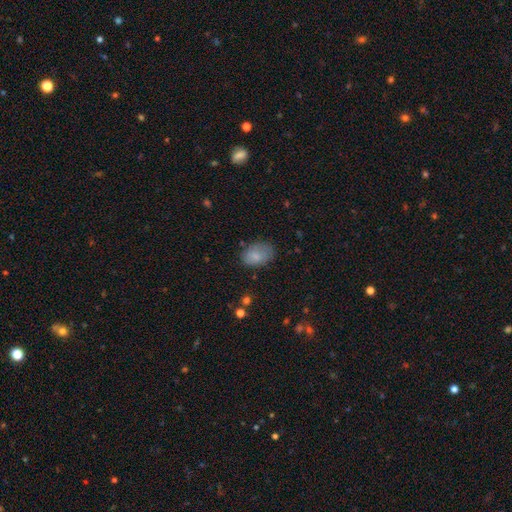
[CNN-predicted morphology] Smooth or featured?
  - smooth: 82% *
  - featured or disk: 10%
  - star or artifact: 8%
How rounded?
  - in between: 86% *
  - round: 13%
  - cigar-shaped: 1%
Merging?
  - none: 72% *
  - minor disturbance: 21%
  - major disturbance: 6%
  - merger: 2%